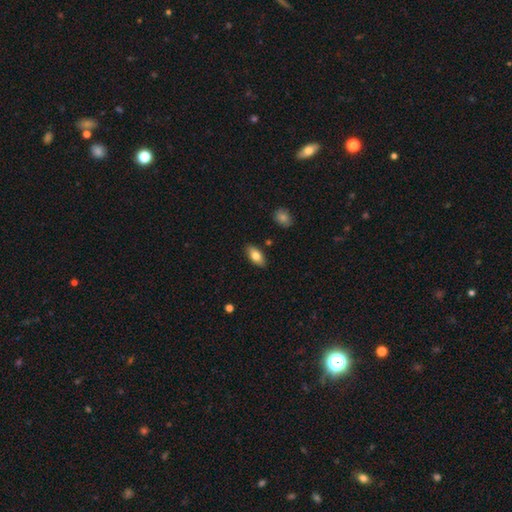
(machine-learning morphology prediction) Smooth or featured? smooth (78%)
How rounded? in between (89%)
Merging? none (87%)